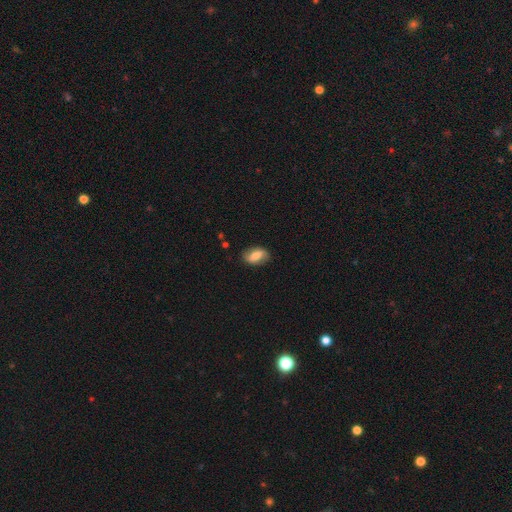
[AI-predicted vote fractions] A smooth galaxy with no disk features (67%) that is in between round and cigar-shaped (87%). Merging: none (79%).